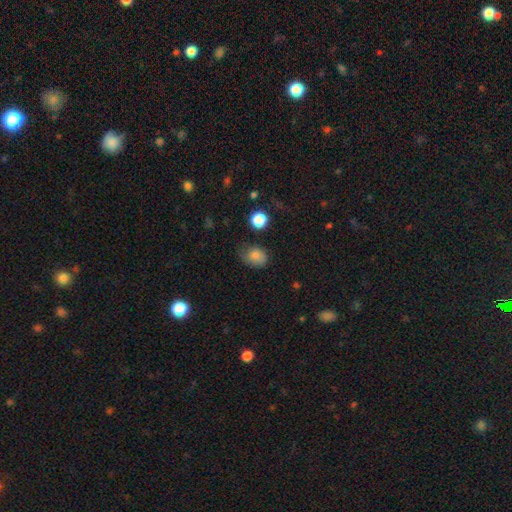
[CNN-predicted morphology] type=smooth (80%); roundness=in between (64%); merging=none (54%).